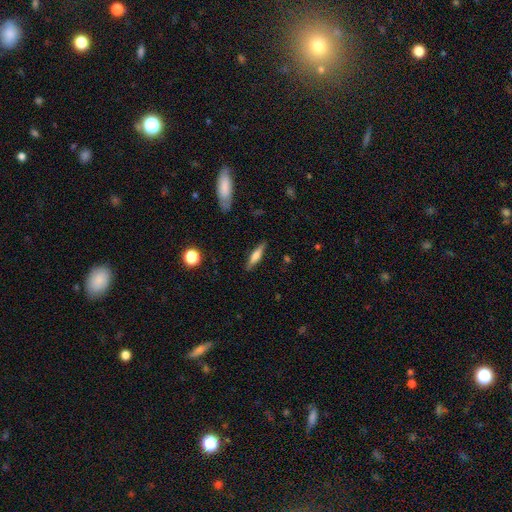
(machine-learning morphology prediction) Smooth or featured? Predicted: smooth (p=0.54). How rounded? Predicted: cigar-shaped (p=0.78). Merging? Predicted: none (p=0.88).